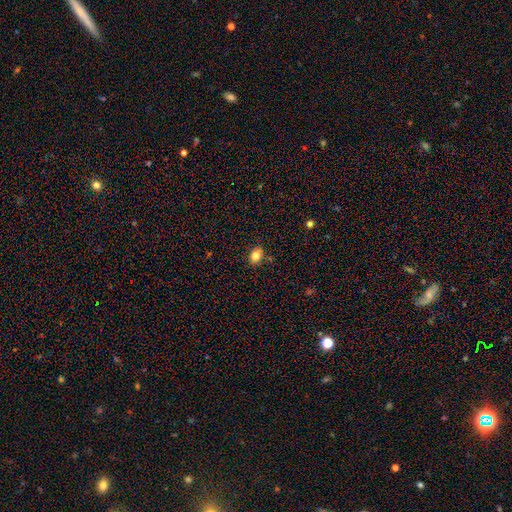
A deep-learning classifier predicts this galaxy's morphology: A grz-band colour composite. It shows a smooth galaxy with no disk features (81%) that is in between round and cigar-shaped (71%). Merging: none (83%).